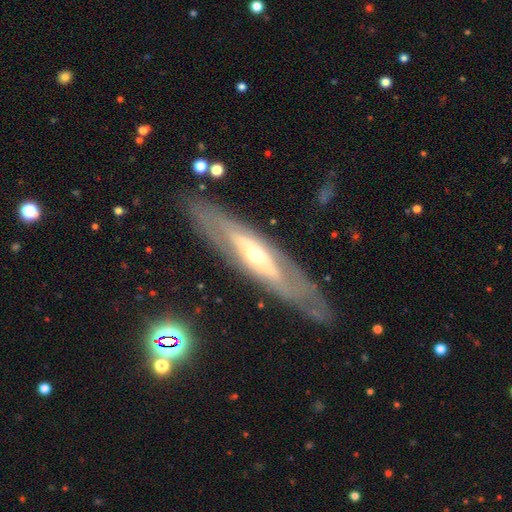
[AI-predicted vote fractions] This appears to be a featured or disk galaxy (75%). Merging: none (81%).